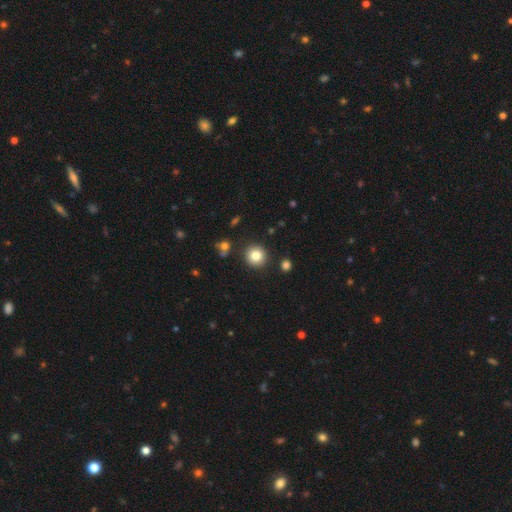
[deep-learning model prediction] Q: Smooth or featured?
A: smooth (83%); runner-up: star or artifact (10%)
Q: How rounded?
A: round (92%); runner-up: in between (7%)
Q: Merging?
A: none (88%); runner-up: minor disturbance (6%)